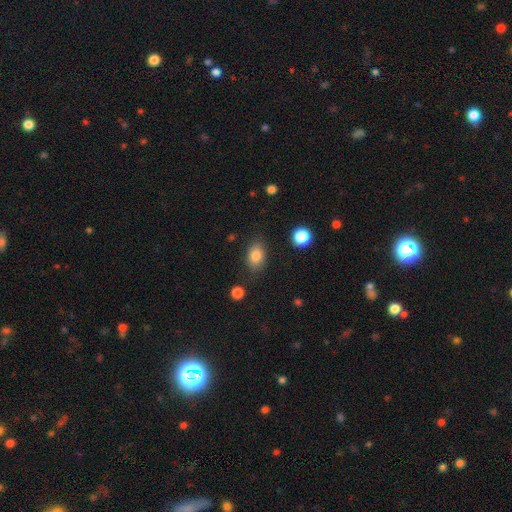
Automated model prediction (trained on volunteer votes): smooth_or_featured: smooth (p=0.82) [alt: star or artifact p=0.09]
how_rounded: in between (p=0.84) [alt: round p=0.15]
merging: none (p=0.81) [alt: minor disturbance p=0.13]